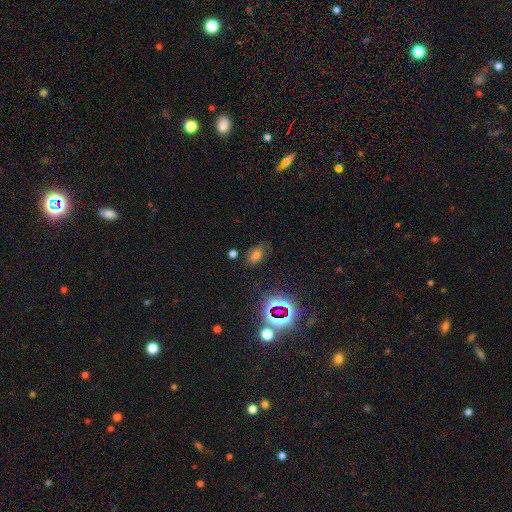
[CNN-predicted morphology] Smooth or featured?
  - smooth: 58% *
  - star or artifact: 30%
  - featured or disk: 12%
How rounded?
  - in between: 85% *
  - round: 13%
  - cigar-shaped: 2%
Merging?
  - none: 73% *
  - minor disturbance: 18%
  - major disturbance: 6%
  - merger: 3%